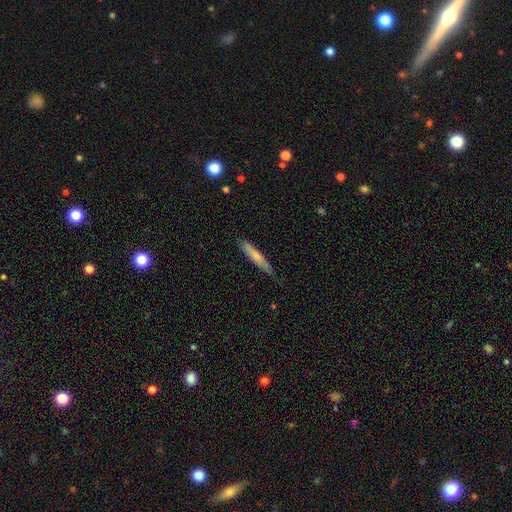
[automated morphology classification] The model was most divided on "smooth or featured": smooth: 66%, featured or disk: 28%, star or artifact: 5%. More confident: how rounded — cigar-shaped (92%); merging — none (81%).